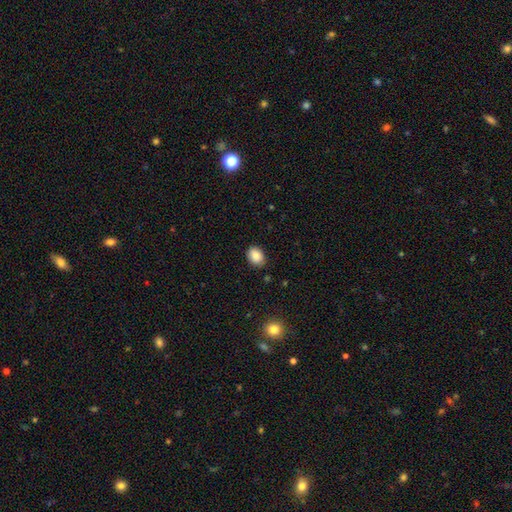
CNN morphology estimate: smooth 87%, star or artifact 8%, featured or disk 5%. Down the decision tree: how rounded — in between (72%); merging — none (85%).